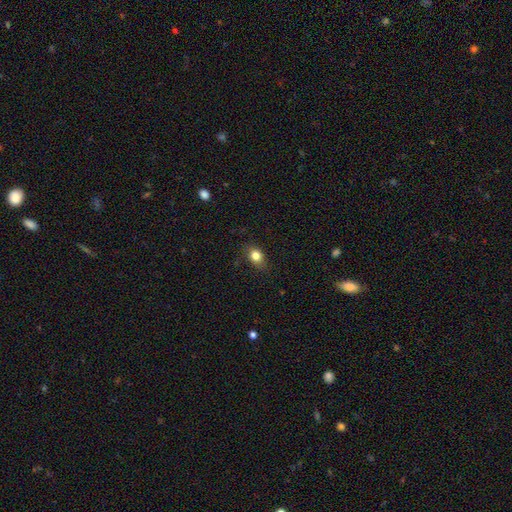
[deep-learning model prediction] A smooth galaxy with no disk features (81%) that is in between round and cigar-shaped (61%). Merging: none (78%).